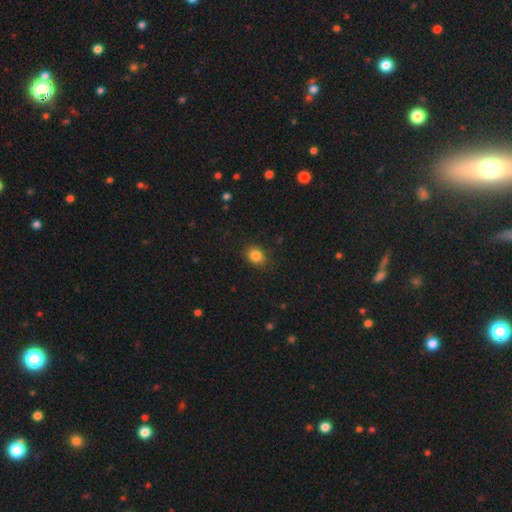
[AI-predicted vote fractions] This is clearly a smooth galaxy (84%). How rounded: possibly in between (52%). Merging: clearly none (85%).